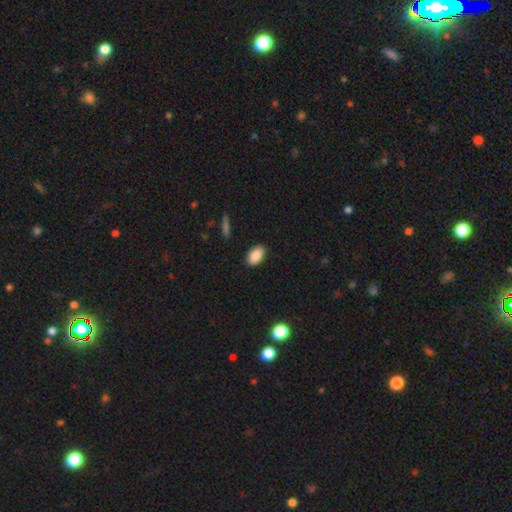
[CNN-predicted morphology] This is clearly a smooth galaxy (86%). How rounded: clearly in between (93%). Merging: clearly none (88%).